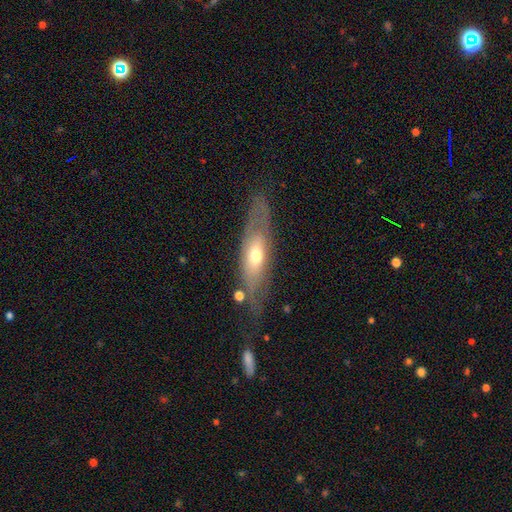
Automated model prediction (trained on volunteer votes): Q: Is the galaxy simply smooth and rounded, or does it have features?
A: featured or disk — 54%.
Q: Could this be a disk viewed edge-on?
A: no — 55%.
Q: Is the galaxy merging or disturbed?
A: none — 61%.